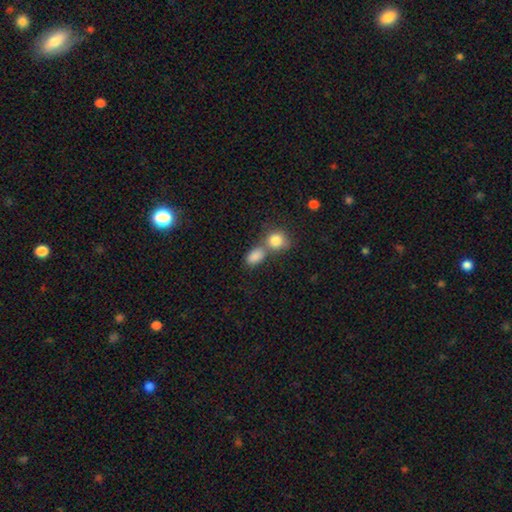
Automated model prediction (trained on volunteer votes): This appears to be a smooth galaxy with no disk features (81%) that is in between round and cigar-shaped (59%). Merging: merger (49%).